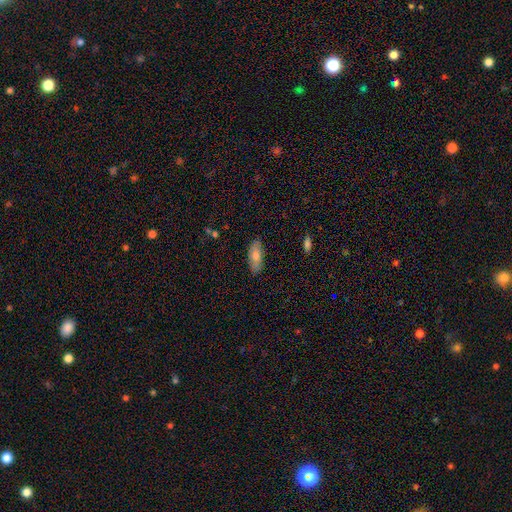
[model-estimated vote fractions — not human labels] smooth 73%, featured or disk 20%, star or artifact 6%. Down the decision tree: how rounded — in between (76%); merging — none (86%).